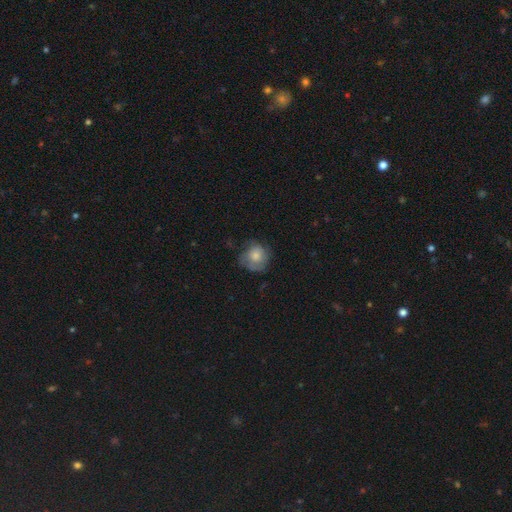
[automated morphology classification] Q: Smooth or featured?
A: smooth (69%); runner-up: featured or disk (22%)
Q: How rounded?
A: round (82%); runner-up: in between (17%)
Q: Merging?
A: none (58%); runner-up: minor disturbance (28%)